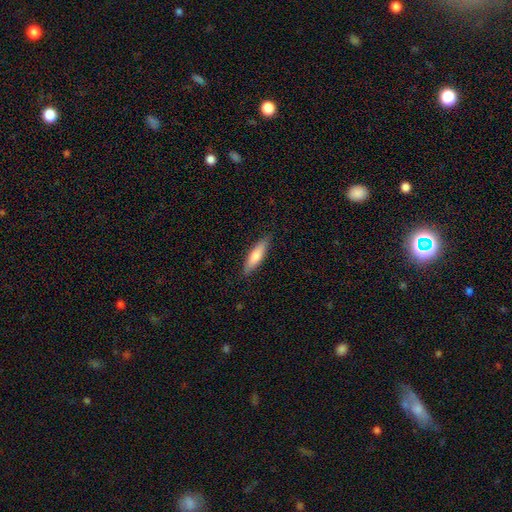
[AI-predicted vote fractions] This appears to be a smooth galaxy with no disk features (71%) that is cigar-shaped (68%). Merging: none (86%).